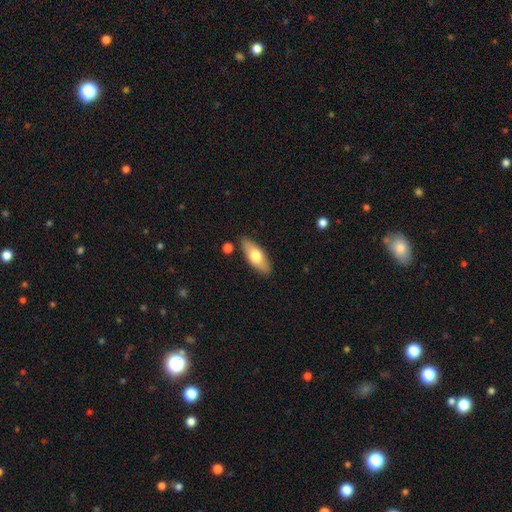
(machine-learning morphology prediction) A smooth galaxy with no disk features (66%) that is in between round and cigar-shaped (74%).

Vote fractions:
- Smooth or featured? smooth: 66% / featured or disk: 29% / star or artifact: 6%
- How rounded? in between: 74% / cigar-shaped: 24% / round: 3%
- Merging? none: 85% / minor disturbance: 10% / merger: 3% / major disturbance: 2%